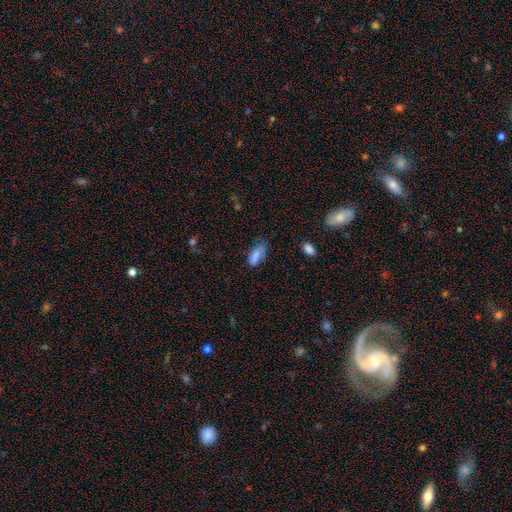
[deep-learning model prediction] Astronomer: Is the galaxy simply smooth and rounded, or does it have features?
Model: smooth — 79%.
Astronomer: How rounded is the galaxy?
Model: in between — 76%.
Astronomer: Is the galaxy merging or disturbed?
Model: none — 52% (runner-up: minor disturbance, 33%).